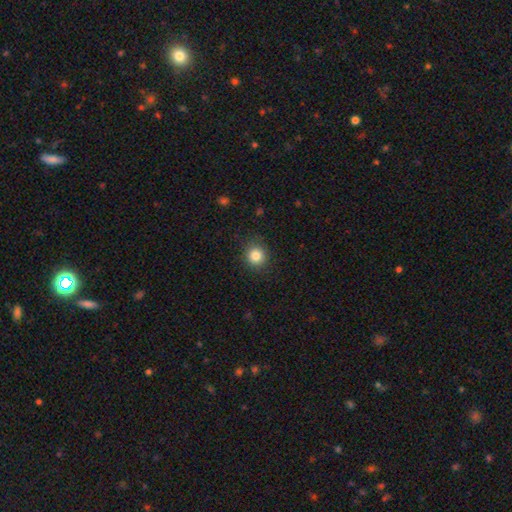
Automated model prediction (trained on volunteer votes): smooth_or_featured: smooth (p=0.83) [alt: star or artifact p=0.11]
how_rounded: round (p=0.88) [alt: in between p=0.11]
merging: none (p=0.87) [alt: minor disturbance p=0.09]